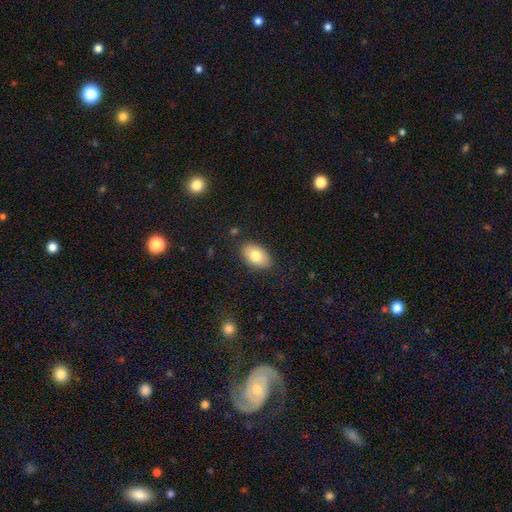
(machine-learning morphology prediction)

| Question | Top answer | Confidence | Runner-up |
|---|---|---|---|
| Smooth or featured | smooth | 79% | featured or disk (14%) |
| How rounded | in between | 92% | round (6%) |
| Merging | none | 86% | minor disturbance (10%) |